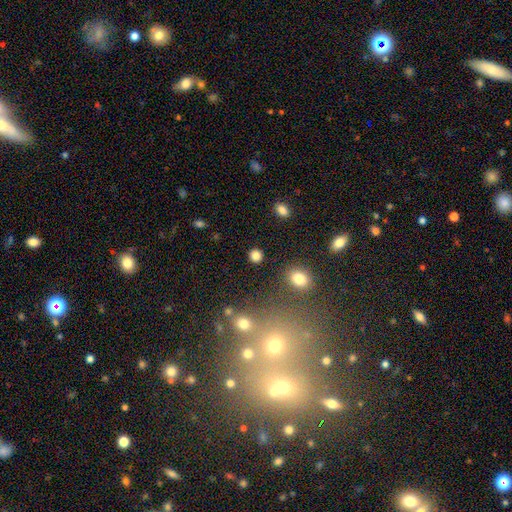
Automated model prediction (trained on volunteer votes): smooth_or_featured: smooth (p=0.83) [alt: star or artifact p=0.13]
how_rounded: round (p=0.88) [alt: in between p=0.11]
merging: none (p=0.88) [alt: minor disturbance p=0.06]